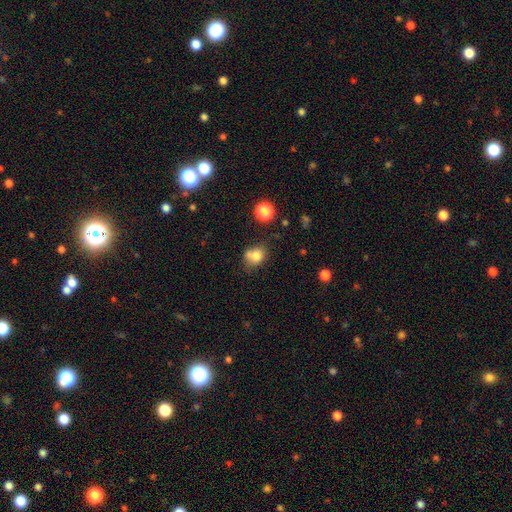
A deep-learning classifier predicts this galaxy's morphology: Smooth or featured? smooth (76%)
How rounded? round (61%)
Merging? none (45%)